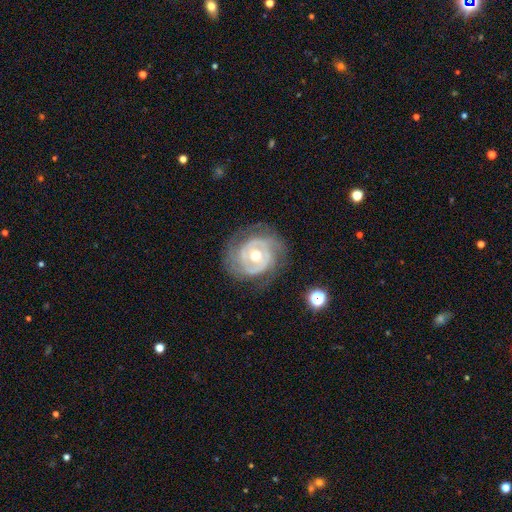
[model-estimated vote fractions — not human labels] Smooth or featured: featured or disk — 88% (smooth — 8%)
Edge-on disk: no — 97% (yes — 3%)
Bar: no — 65% (weak — 26%)
Spiral arms: yes — 93% (no — 7%)
Spiral winding: tight — 71% (medium — 24%)
Spiral arm count: 2 — 41% (can't tell — 22%)
Bulge size: moderate — 73% (small — 21%)
Merging: none — 72% (minor disturbance — 18%)